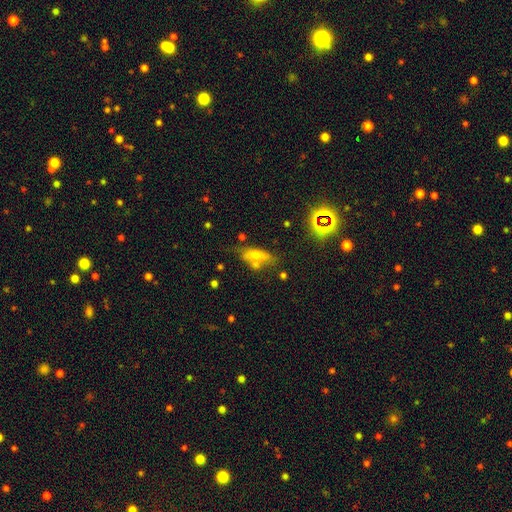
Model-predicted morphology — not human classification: Smooth or featured?
  - smooth: 54% *
  - featured or disk: 31%
  - star or artifact: 15%
How rounded?
  - in between: 61% *
  - cigar-shaped: 34%
  - round: 5%
Merging?
  - none: 55% *
  - minor disturbance: 20%
  - merger: 17%
  - major disturbance: 8%